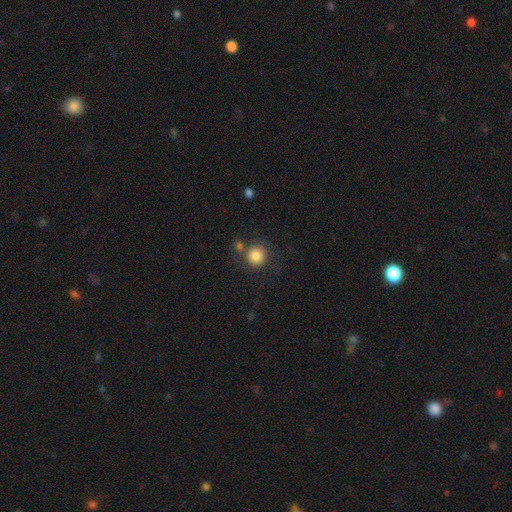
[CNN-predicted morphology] type=smooth (84%); roundness=round (90%); merging=none (69%).